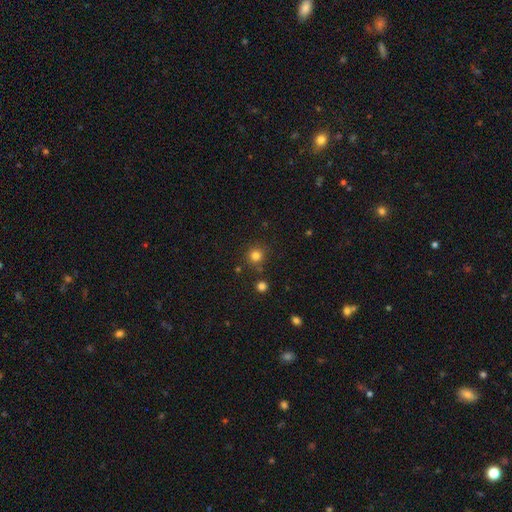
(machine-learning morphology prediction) This appears to be a smooth galaxy with no disk features (81%) that is round (92%). Merging: none (82%).